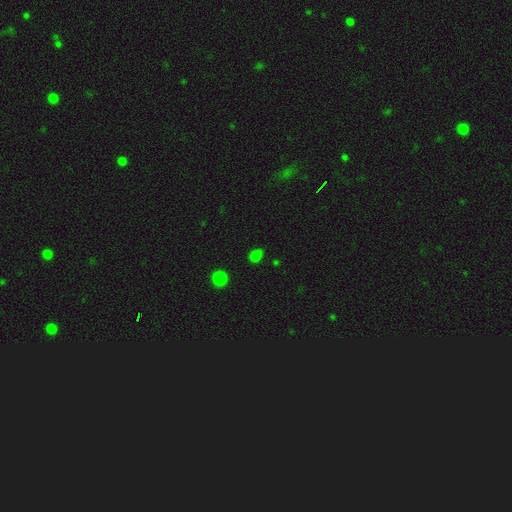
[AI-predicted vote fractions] This is likely a smooth galaxy (73%). How rounded: possibly in between (58%). Merging: clearly none (81%).